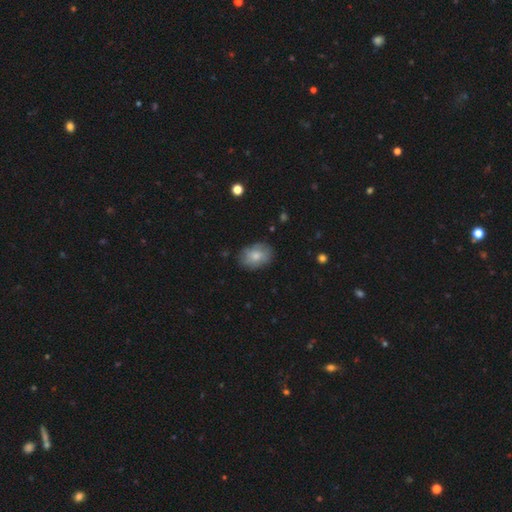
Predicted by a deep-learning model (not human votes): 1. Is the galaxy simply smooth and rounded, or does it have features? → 71% smooth, 22% featured or disk, 7% star or artifact.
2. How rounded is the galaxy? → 75% in between, 24% round, 1% cigar-shaped.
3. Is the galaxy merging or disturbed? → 76% none, 19% minor disturbance, 4% major disturbance, 1% merger.